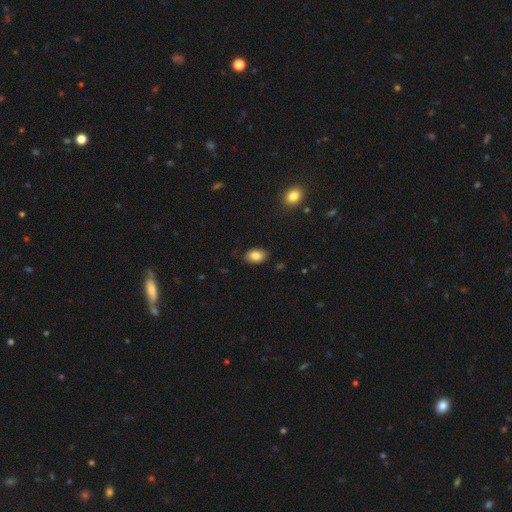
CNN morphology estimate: Smooth or featured? smooth (84%)
How rounded? in between (89%)
Merging? none (84%)